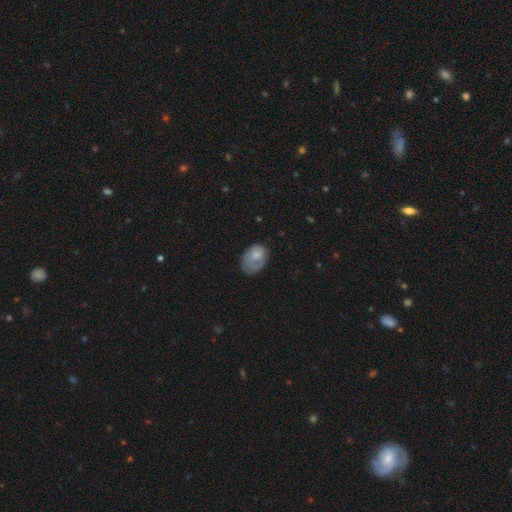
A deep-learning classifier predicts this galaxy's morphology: Overall: smooth (67%). How rounded: in between (82%). Merging: none (42%; minor disturbance 31%).